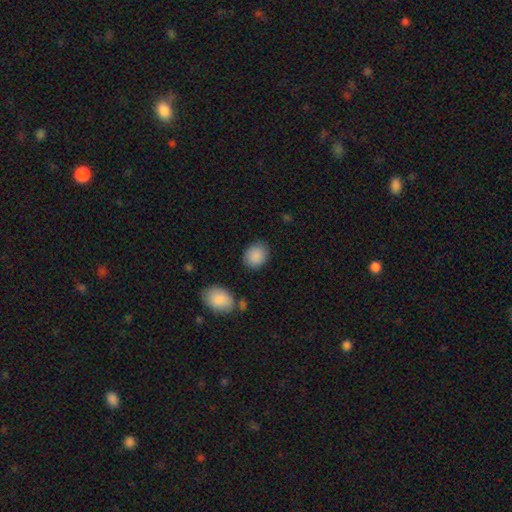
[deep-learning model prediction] smooth 89%, star or artifact 7%, featured or disk 4%. Down the decision tree: how rounded — round (56%); merging — none (82%).